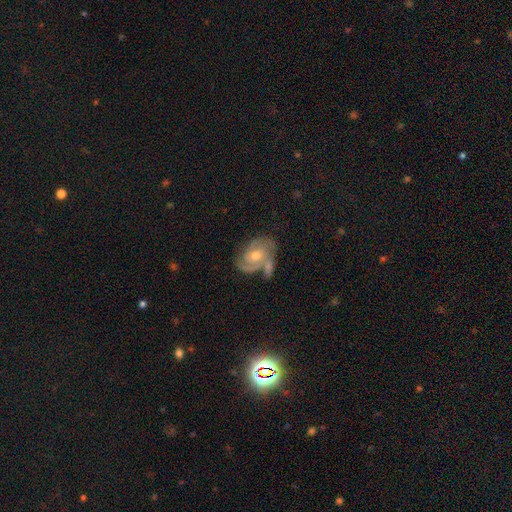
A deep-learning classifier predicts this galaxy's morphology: Smooth or featured?
  - featured or disk: 82% *
  - smooth: 13%
  - star or artifact: 6%
Edge-on disk?
  - no: 97% *
  - yes: 3%
Bar?
  - no: 66% *
  - weak: 28%
  - strong: 6%
Spiral arms?
  - yes: 94% *
  - no: 6%
Spiral winding?
  - tight: 49% *
  - medium: 41%
  - loose: 10%
Spiral arm count?
  - 2: 46% *
  - 3: 27%
  - can't tell: 15%
  - 1: 5%
  - 4: 4%
  - more than 4: 3%
Bulge size?
  - moderate: 71% *
  - small: 22%
  - large: 4%
  - none: 1%
  - dominant: 1%
Merging?
  - none: 48% *
  - merger: 22%
  - minor disturbance: 19%
  - major disturbance: 11%